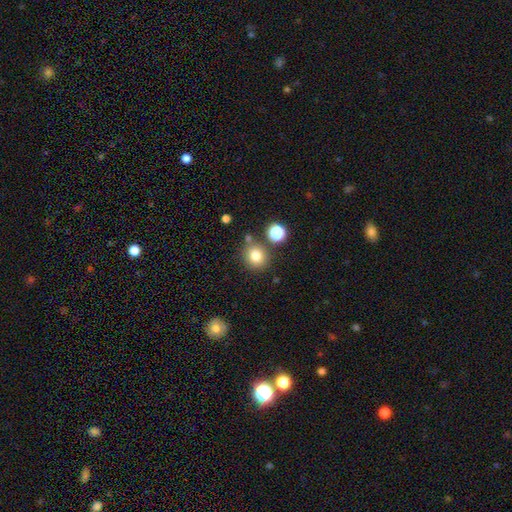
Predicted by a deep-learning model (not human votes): smooth-or-featured: smooth: 81% | star or artifact: 12% | featured or disk: 7%
  how-rounded: round: 86% | in between: 13% | cigar-shaped: 1%
  merging: none: 75% | merger: 11% | minor disturbance: 10% | major disturbance: 3%